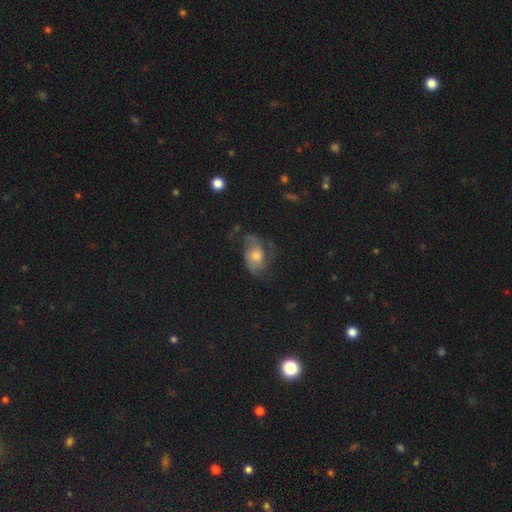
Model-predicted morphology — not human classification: The model was most divided on "spiral winding": medium: 45%, loose: 29%, tight: 26%. Remaining: edge-on disk — no (96%); spiral arms — yes (85%); bar — no (74%); smooth or featured — featured or disk (62%); bulge size — moderate (60%); spiral arm count — 2 (59%); merging — none (48%).